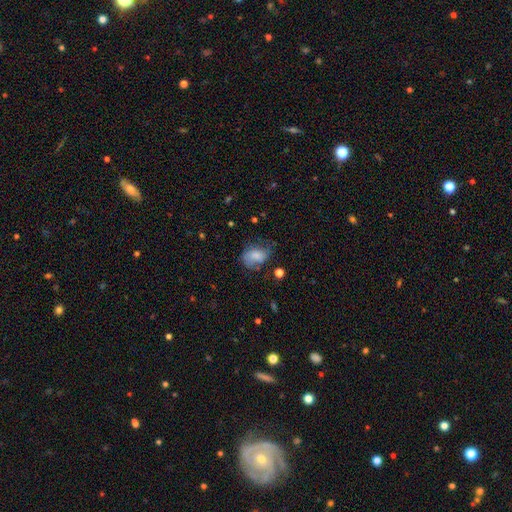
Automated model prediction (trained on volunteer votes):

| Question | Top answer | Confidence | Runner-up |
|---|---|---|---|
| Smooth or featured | smooth | 65% | featured or disk (25%) |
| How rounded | in between | 75% | round (23%) |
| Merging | none | 43% | minor disturbance (33%) |